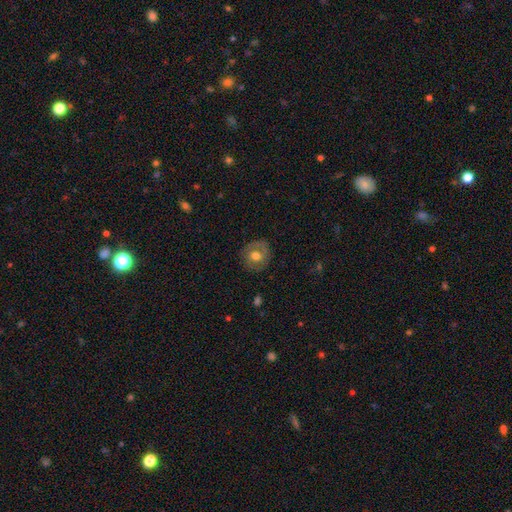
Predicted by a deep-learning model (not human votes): Smooth or featured? smooth (56%)
How rounded? round (87%)
Merging? none (81%)